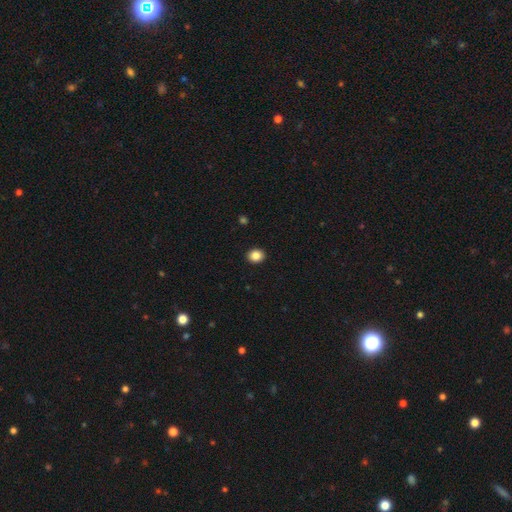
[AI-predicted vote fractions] smooth 87%, star or artifact 9%, featured or disk 4%. Down the decision tree: how rounded — round (69%); merging — none (93%).